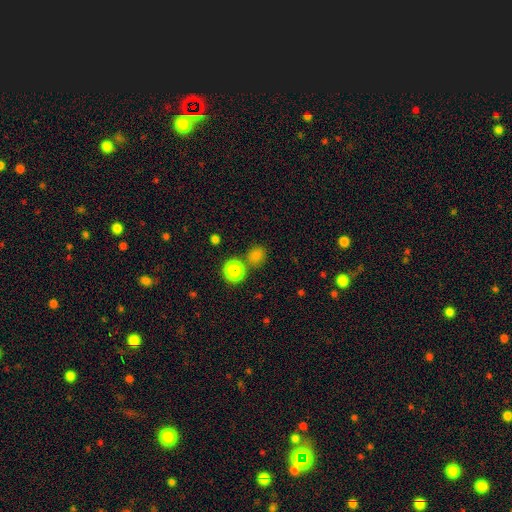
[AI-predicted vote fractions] Smooth or featured: smooth — 72% (star or artifact — 24%)
How rounded: round — 77% (in between — 22%)
Merging: none — 76% (merger — 10%)